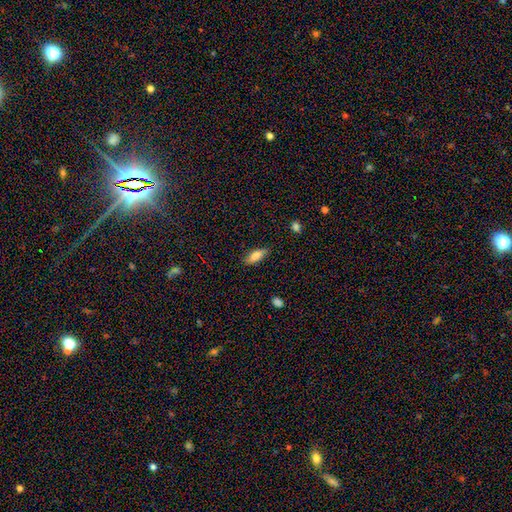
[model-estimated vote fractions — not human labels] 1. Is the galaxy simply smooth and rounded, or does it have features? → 83% smooth, 10% featured or disk, 7% star or artifact.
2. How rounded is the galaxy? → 73% in between, 24% cigar-shaped, 2% round.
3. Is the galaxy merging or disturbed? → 79% none, 16% minor disturbance, 3% major disturbance, 1% merger.